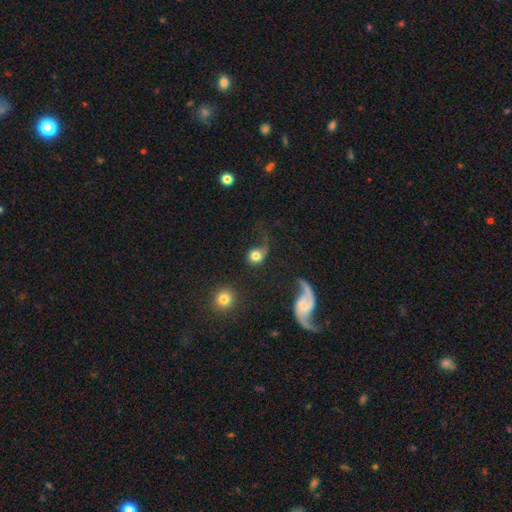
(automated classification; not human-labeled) The model was most divided on "merging": major disturbance: 39%, none: 35%, minor disturbance: 18%, merger: 9%. More confident: how rounded — round (78%); smooth or featured — smooth (66%).